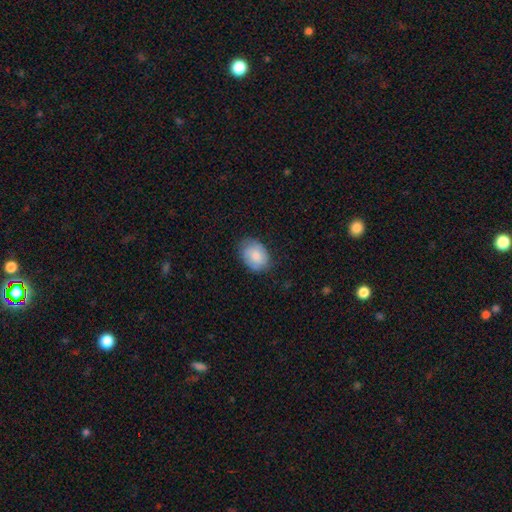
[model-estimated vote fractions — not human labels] Morphology: type=smooth (75%); roundness=in between (72%); merging=none (72%).